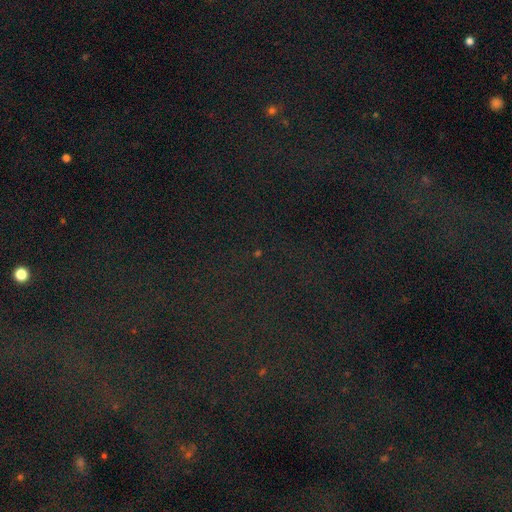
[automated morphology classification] A star or artifact, not a galaxy (82%).